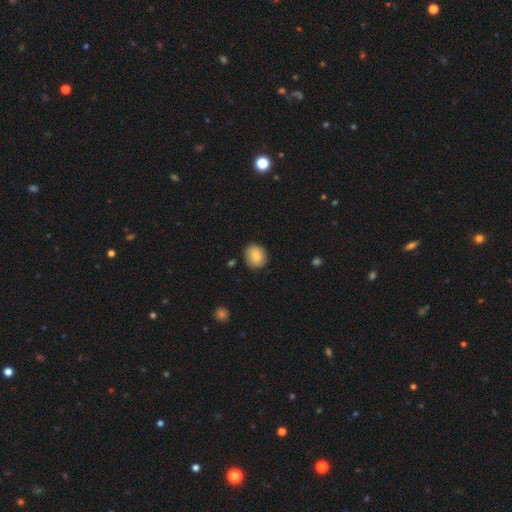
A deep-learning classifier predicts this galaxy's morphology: type=smooth (85%); roundness=round (83%); merging=none (84%).